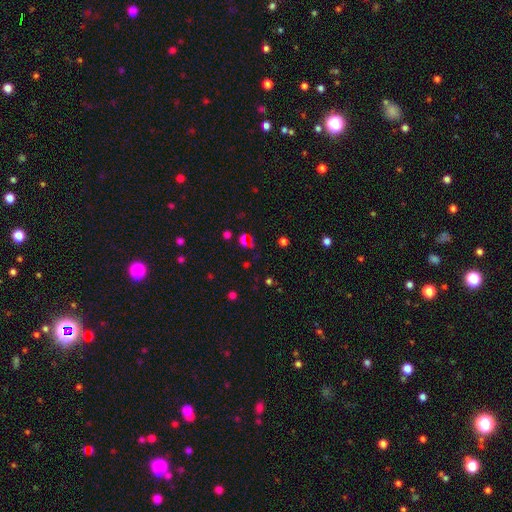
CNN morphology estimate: This appears to be a star or artifact, not a galaxy (46%).